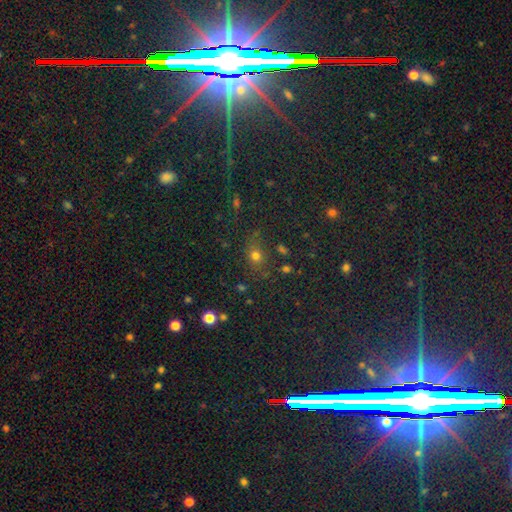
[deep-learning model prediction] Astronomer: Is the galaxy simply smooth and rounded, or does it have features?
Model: smooth — 65%.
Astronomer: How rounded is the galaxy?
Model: round — 63%.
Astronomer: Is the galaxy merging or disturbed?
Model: none — 70%.